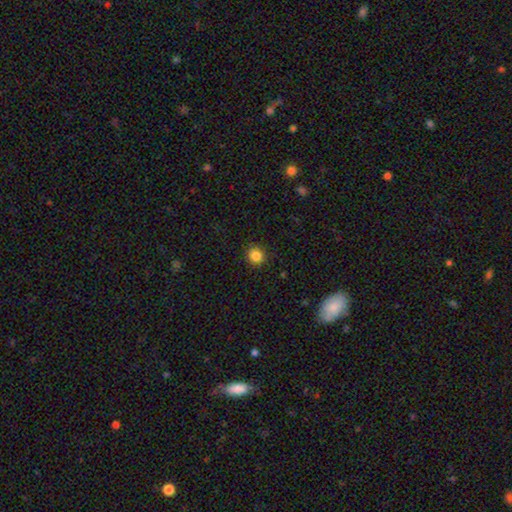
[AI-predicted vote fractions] smooth-or-featured: smooth: 85% | star or artifact: 11% | featured or disk: 4%
  how-rounded: round: 90% | in between: 9% | cigar-shaped: 1%
  merging: none: 90% | minor disturbance: 7% | major disturbance: 2% | merger: 1%